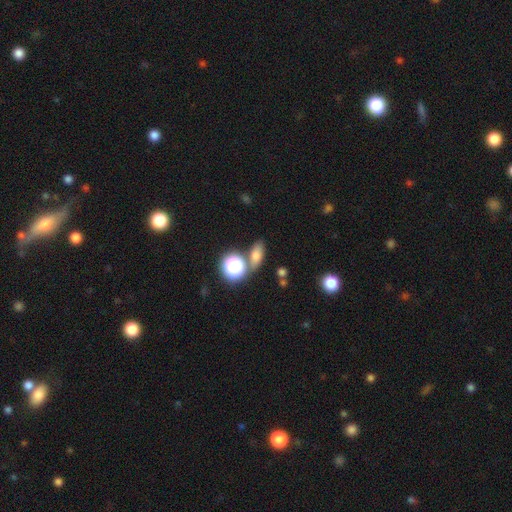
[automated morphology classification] Smooth or featured?
  - smooth: 70% *
  - star or artifact: 20%
  - featured or disk: 10%
How rounded?
  - in between: 72% *
  - round: 21%
  - cigar-shaped: 7%
Merging?
  - none: 71% *
  - merger: 13%
  - minor disturbance: 12%
  - major disturbance: 4%